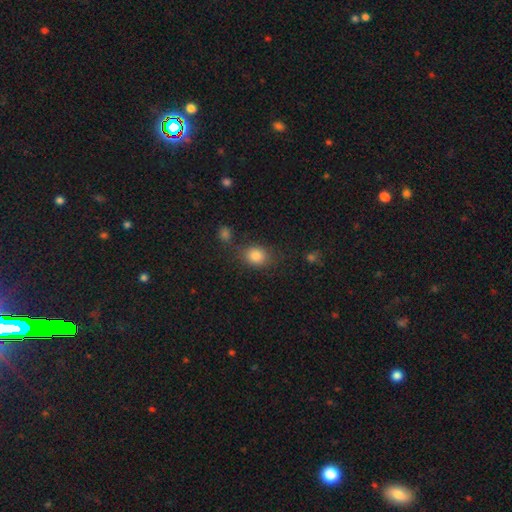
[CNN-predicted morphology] smooth-or-featured: smooth: 84% | star or artifact: 10% | featured or disk: 6%
  how-rounded: round: 50% | in between: 49% | cigar-shaped: 1%
  merging: none: 71% | minor disturbance: 14% | merger: 8% | major disturbance: 6%